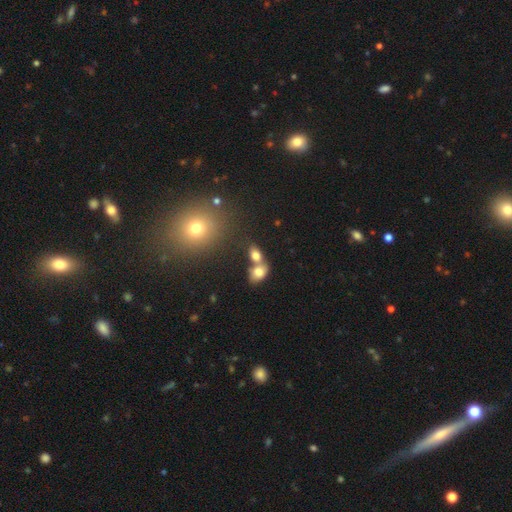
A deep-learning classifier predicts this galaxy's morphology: Smooth or featured? smooth (77%)
How rounded? in between (75%)
Merging? merger (54%)